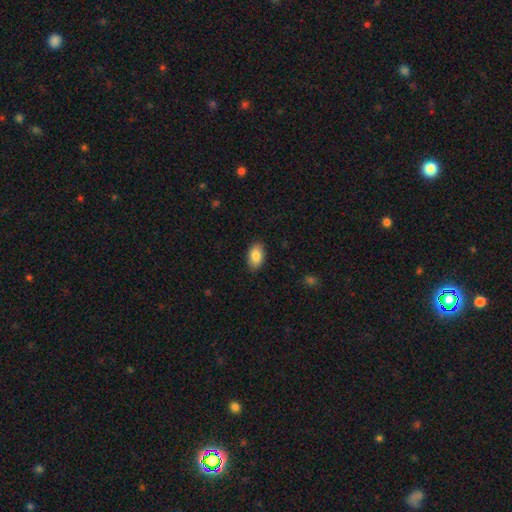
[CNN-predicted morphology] smooth_or_featured: smooth (p=0.86) [alt: star or artifact p=0.07]
how_rounded: in between (p=0.92) [alt: round p=0.06]
merging: none (p=0.87) [alt: minor disturbance p=0.10]